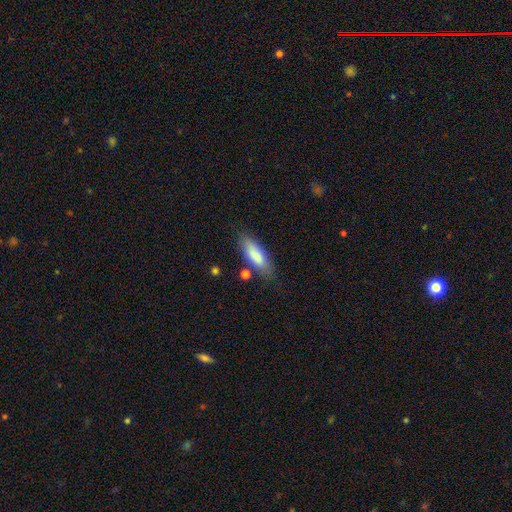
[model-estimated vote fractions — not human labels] Morphology: type=smooth (84%); roundness=in between (63%); merging=none (75%).